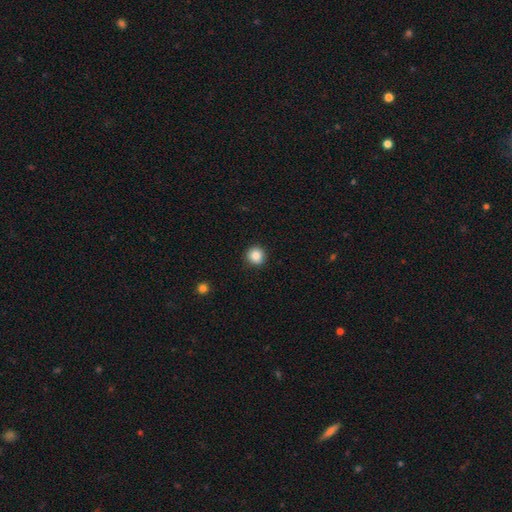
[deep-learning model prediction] Overall: smooth (86%). How rounded: round (94%). Merging: none (92%).